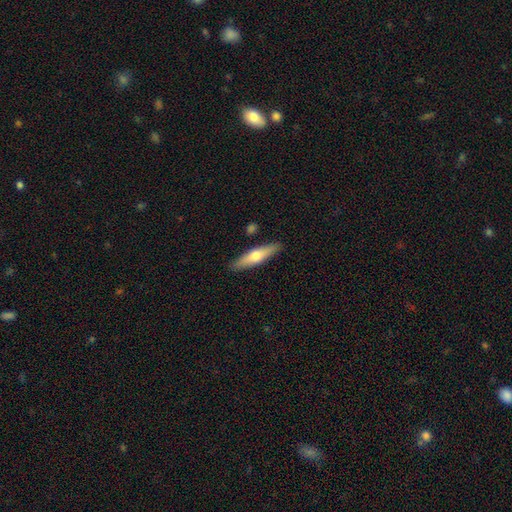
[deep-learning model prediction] This is possibly a smooth galaxy (54%). How rounded: likely cigar-shaped (74%). Merging: clearly none (88%).